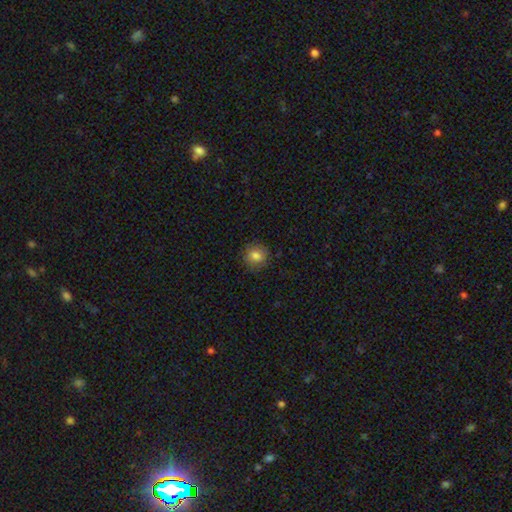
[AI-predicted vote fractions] Smooth or featured? Predicted: smooth (p=0.81). How rounded? Predicted: round (p=0.86). Merging? Predicted: none (p=0.85).